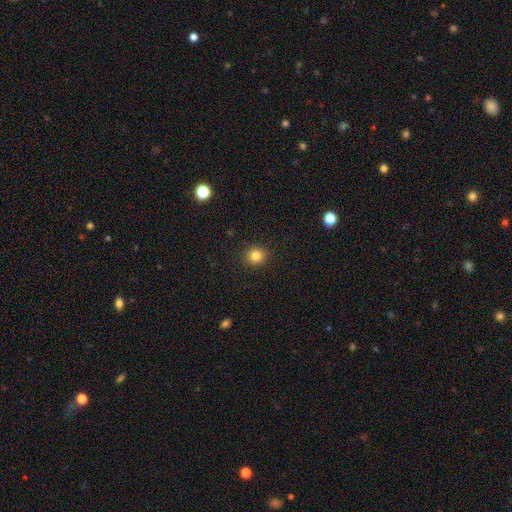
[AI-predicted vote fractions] Smooth or featured: smooth — 83% (star or artifact — 11%)
How rounded: round — 88% (in between — 11%)
Merging: none — 91% (minor disturbance — 6%)